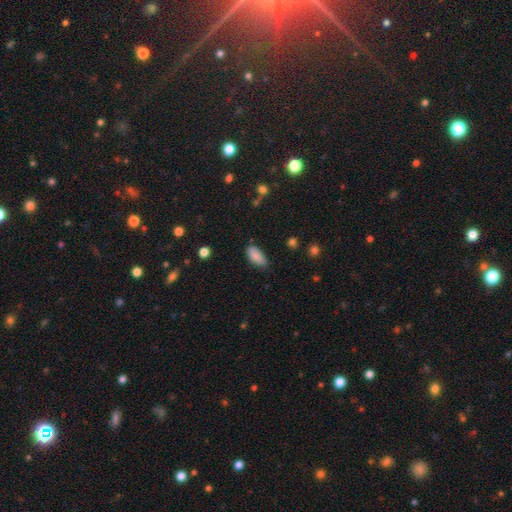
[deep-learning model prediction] smooth-or-featured: smooth: 88% | star or artifact: 7% | featured or disk: 5%
  how-rounded: in between: 89% | cigar-shaped: 9% | round: 2%
  merging: none: 76% | minor disturbance: 19% | major disturbance: 3% | merger: 2%